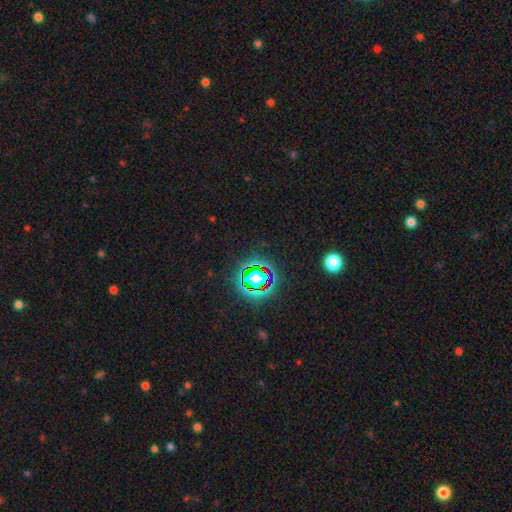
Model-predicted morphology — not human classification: This is likely a star or artifact rather than a galaxy (80%).